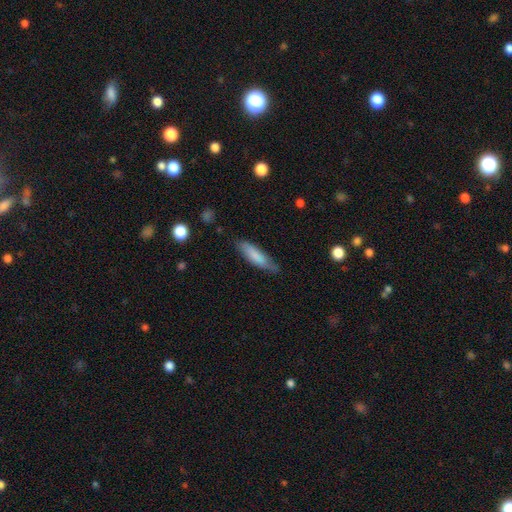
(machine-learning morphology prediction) A smooth galaxy with no disk features (77%) that is cigar-shaped (67%).

Vote fractions:
- Smooth or featured? smooth: 77% / featured or disk: 17% / star or artifact: 6%
- How rounded? cigar-shaped: 67% / in between: 32% / round: 1%
- Merging? none: 74% / minor disturbance: 20% / major disturbance: 4% / merger: 1%